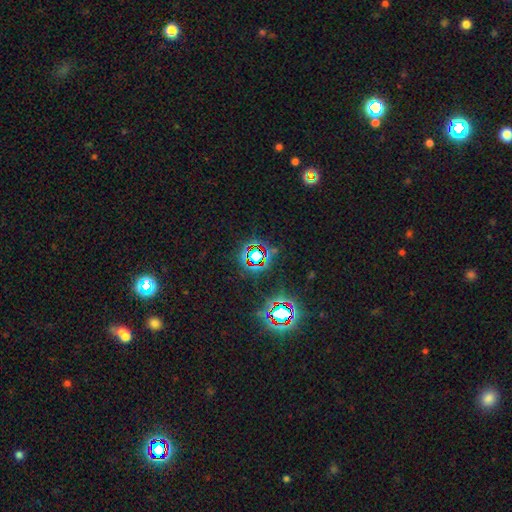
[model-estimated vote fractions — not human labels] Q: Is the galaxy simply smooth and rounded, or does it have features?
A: star or artifact — 78%.